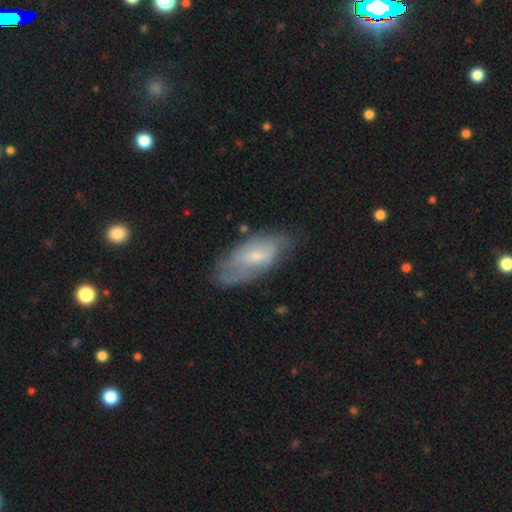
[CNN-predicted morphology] type=featured or disk (51%); edge-on=no (89%); merging=none (60%).